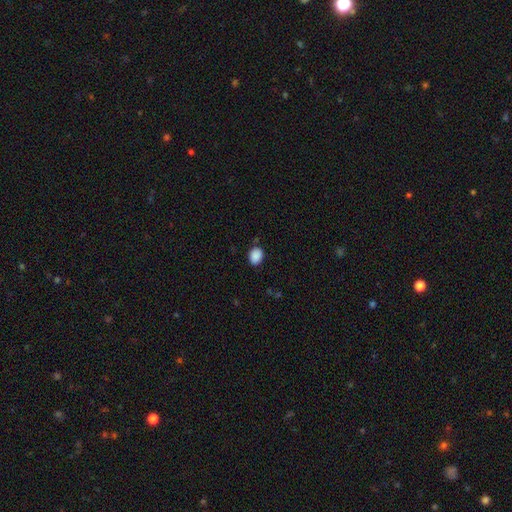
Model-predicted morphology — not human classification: This is clearly a smooth galaxy (89%). How rounded: possibly in between (55%). Merging: clearly none (82%).